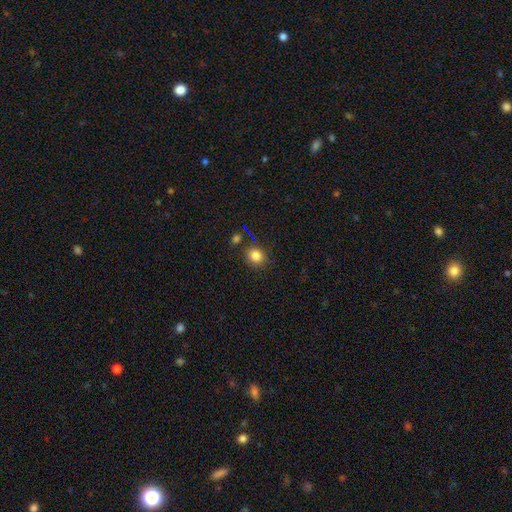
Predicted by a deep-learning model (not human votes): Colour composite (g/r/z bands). It shows a smooth galaxy with no disk features (82%) that is round (82%). Merging: none (83%).